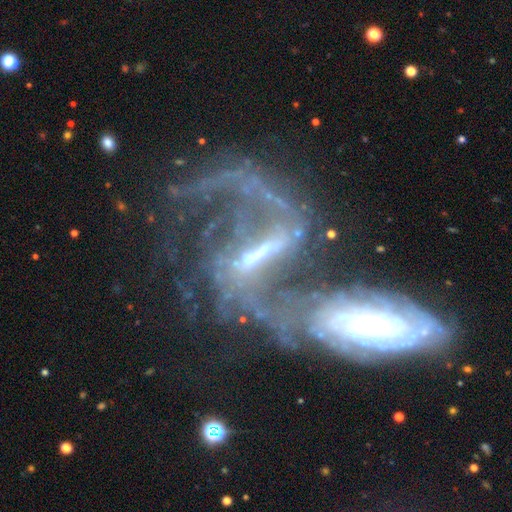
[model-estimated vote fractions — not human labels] featured or disk 84%, star or artifact 10%, smooth 6%. Down the decision tree: edge-on disk — no (95%); bar — strong (55%); spiral arms — yes (82%); spiral arm count — 2 (54%); spiral winding — loose (54%); bulge size — small (39%); merging — merger (49%).